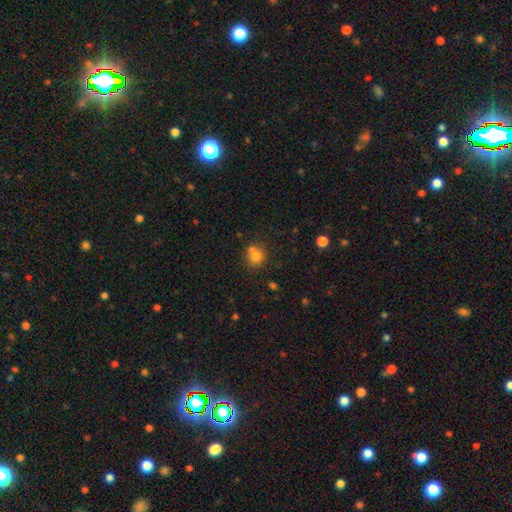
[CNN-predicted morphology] smooth-or-featured: smooth: 77% | star or artifact: 13% | featured or disk: 10%
  how-rounded: round: 76% | in between: 23% | cigar-shaped: 1%
  merging: none: 53% | merger: 29% | minor disturbance: 14% | major disturbance: 5%